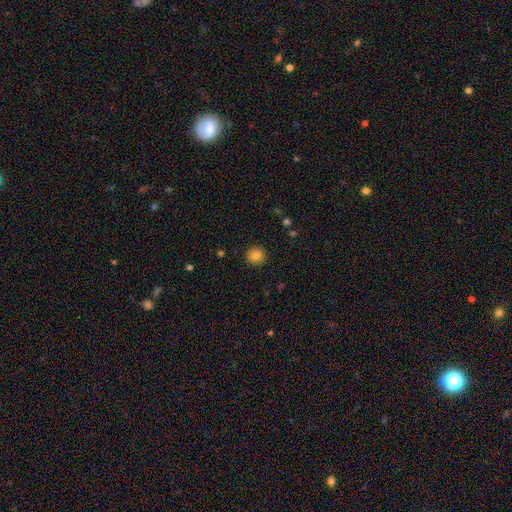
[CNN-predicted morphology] Overall: smooth (83%). How rounded: round (93%). Merging: none (92%).